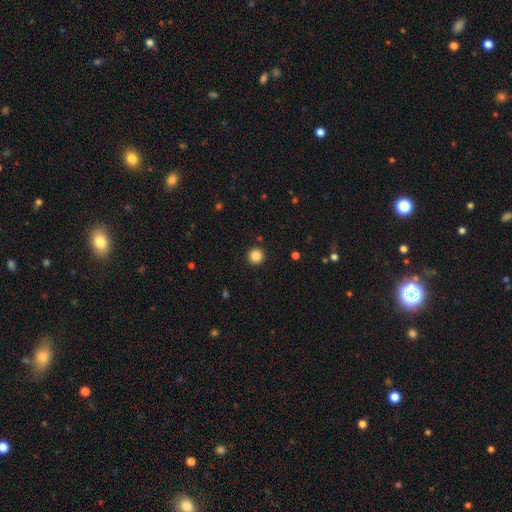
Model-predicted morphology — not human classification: This appears to be a smooth galaxy with no disk features (85%) that is round (96%). Merging: none (92%).